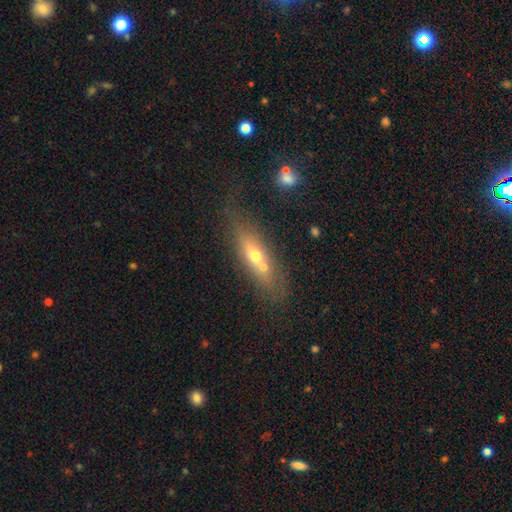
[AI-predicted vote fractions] The model was most divided on "how rounded": in between: 51%, cigar-shaped: 43%, round: 6%. Remaining: smooth or featured — smooth (51%); merging — none (48%).